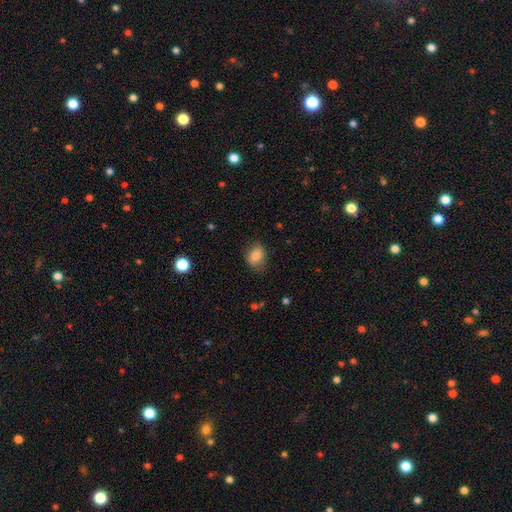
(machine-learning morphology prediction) smooth_or_featured: smooth (p=0.83) [alt: star or artifact p=0.09]
how_rounded: in between (p=0.65) [alt: round p=0.34]
merging: none (p=0.74) [alt: minor disturbance p=0.20]